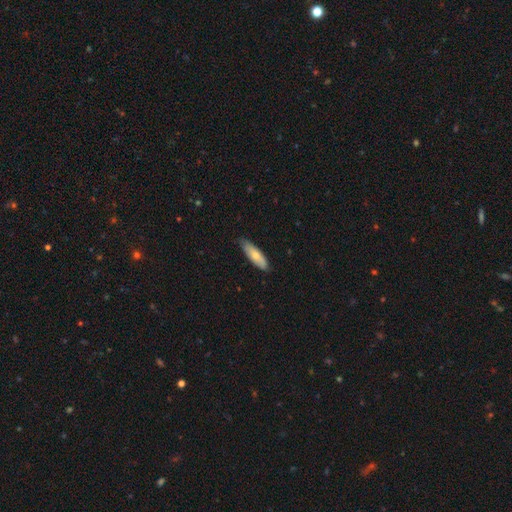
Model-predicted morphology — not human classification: smooth 70%, featured or disk 24%, star or artifact 5%. Down the decision tree: how rounded — cigar-shaped (50%); merging — none (79%).